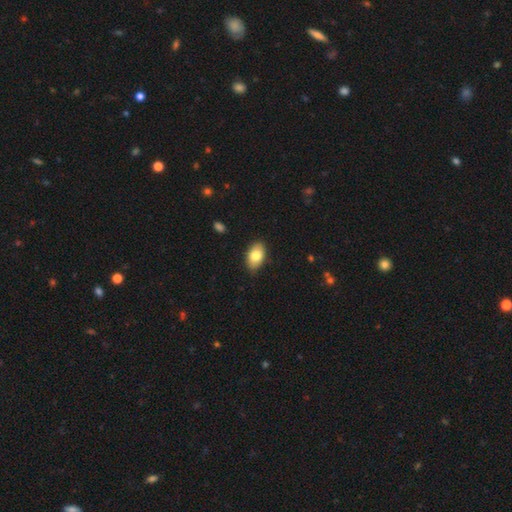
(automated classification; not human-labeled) The model was most divided on "smooth or featured": smooth: 81%, featured or disk: 12%, star or artifact: 7%. More confident: how rounded — in between (91%); merging — none (85%).